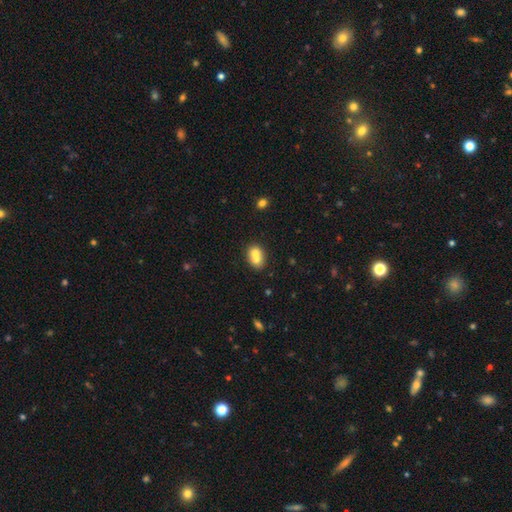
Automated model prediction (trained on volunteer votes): Smooth or featured? smooth (68%)
How rounded? round (53%)
Merging? merger (66%)